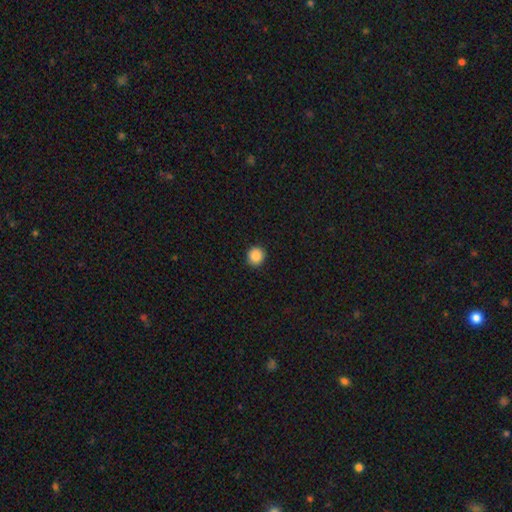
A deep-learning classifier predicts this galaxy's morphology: A smooth galaxy with no disk features (88%) that is round (91%).

Vote fractions:
- Smooth or featured? smooth: 88% / star or artifact: 9% / featured or disk: 2%
- How rounded? round: 91% / in between: 8% / cigar-shaped: 1%
- Merging? none: 92% / minor disturbance: 5% / major disturbance: 2% / merger: 1%